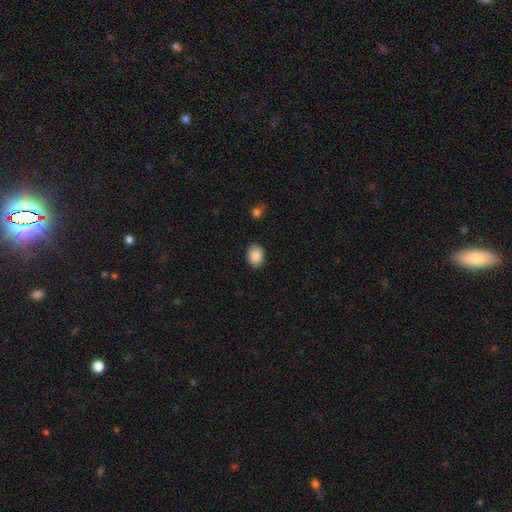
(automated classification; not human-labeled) Smooth or featured?
  - smooth: 88% *
  - star or artifact: 8%
  - featured or disk: 4%
How rounded?
  - in between: 63% *
  - round: 36%
  - cigar-shaped: 1%
Merging?
  - none: 88% *
  - minor disturbance: 8%
  - major disturbance: 2%
  - merger: 1%